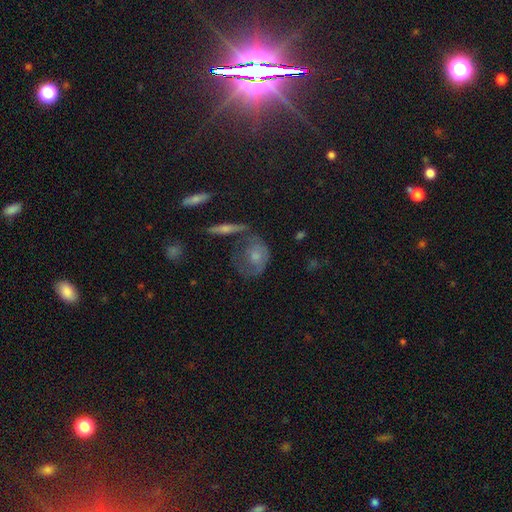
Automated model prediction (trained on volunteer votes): Smooth or featured?
  - smooth: 50% *
  - featured or disk: 41%
  - star or artifact: 9%
How rounded?
  - in between: 57% *
  - round: 39%
  - cigar-shaped: 4%
Merging?
  - none: 35% *
  - major disturbance: 27%
  - minor disturbance: 25%
  - merger: 13%